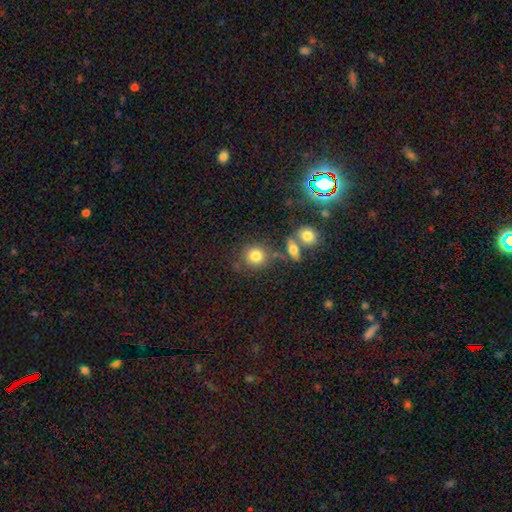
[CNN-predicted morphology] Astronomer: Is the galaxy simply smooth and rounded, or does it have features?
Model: smooth — 80%.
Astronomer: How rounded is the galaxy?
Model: round — 83%.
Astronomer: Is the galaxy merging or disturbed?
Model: none — 70%.